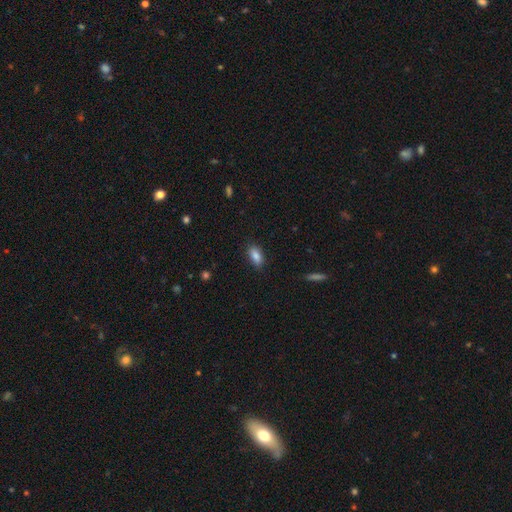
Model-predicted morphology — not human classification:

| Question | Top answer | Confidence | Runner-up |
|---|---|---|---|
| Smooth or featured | smooth | 86% | star or artifact (8%) |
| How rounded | in between | 88% | cigar-shaped (8%) |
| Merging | none | 85% | minor disturbance (11%) |